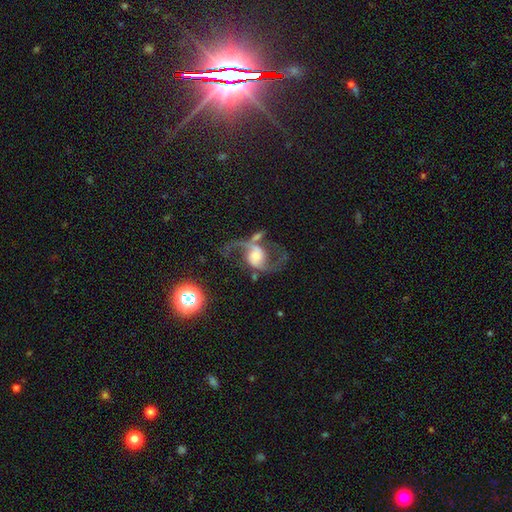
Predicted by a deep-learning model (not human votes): Q: Smooth or featured?
A: featured or disk (85%); runner-up: smooth (8%)
Q: Edge-on disk?
A: no (97%); runner-up: yes (3%)
Q: Bar?
A: no (52%); runner-up: weak (35%)
Q: Spiral arms?
A: yes (95%); runner-up: no (5%)
Q: Spiral winding?
A: loose (62%); runner-up: medium (32%)
Q: Spiral arm count?
A: 2 (91%); runner-up: 1 (3%)
Q: Bulge size?
A: moderate (45%); runner-up: small (30%)
Q: Merging?
A: none (50%); runner-up: major disturbance (19%)